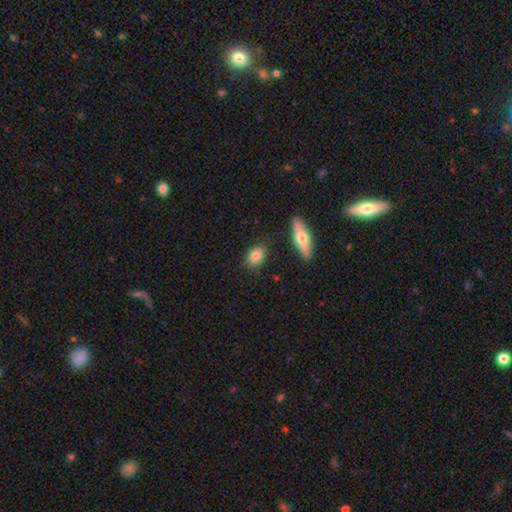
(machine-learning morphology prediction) Smooth or featured? smooth (82%)
How rounded? in between (74%)
Merging? none (83%)